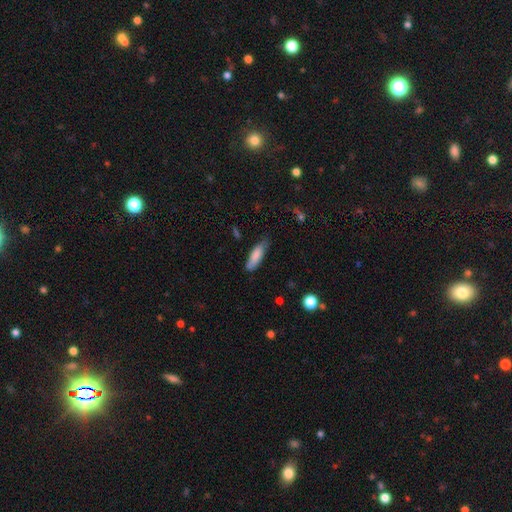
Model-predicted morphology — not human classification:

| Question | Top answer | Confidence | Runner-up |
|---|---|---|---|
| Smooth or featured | smooth | 81% | featured or disk (13%) |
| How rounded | cigar-shaped | 53% | in between (46%) |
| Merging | none | 67% | minor disturbance (26%) |